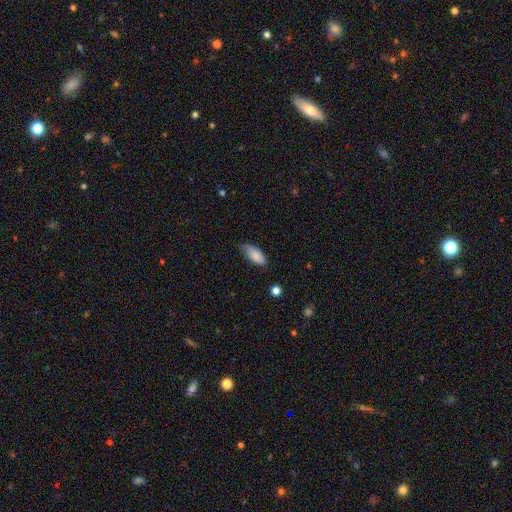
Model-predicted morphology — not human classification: smooth_or_featured: smooth (p=0.84) [alt: featured or disk p=0.09]
how_rounded: in between (p=0.86) [alt: cigar-shaped p=0.12]
merging: none (p=0.57) [alt: minor disturbance p=0.35]